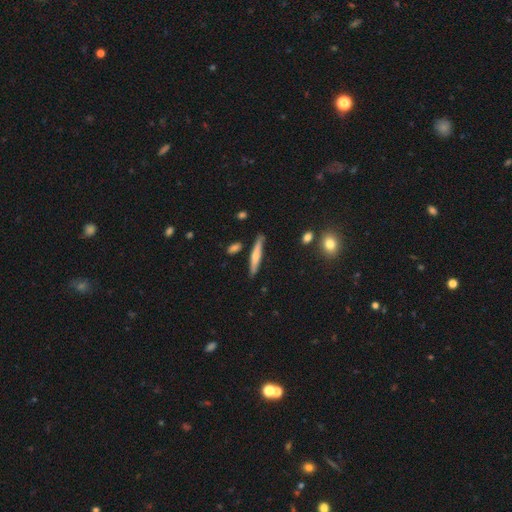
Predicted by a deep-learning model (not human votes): This appears to be a smooth galaxy with no disk features (56%) that is cigar-shaped (92%). Merging: none (83%).